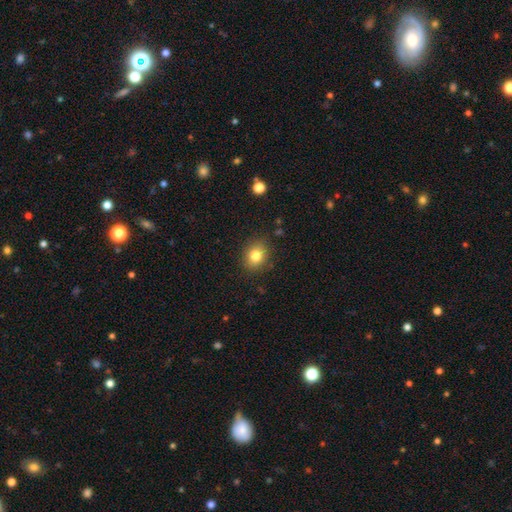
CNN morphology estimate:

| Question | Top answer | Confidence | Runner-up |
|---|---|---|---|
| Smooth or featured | smooth | 81% | star or artifact (11%) |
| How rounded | round | 65% | in between (34%) |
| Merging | none | 86% | minor disturbance (10%) |